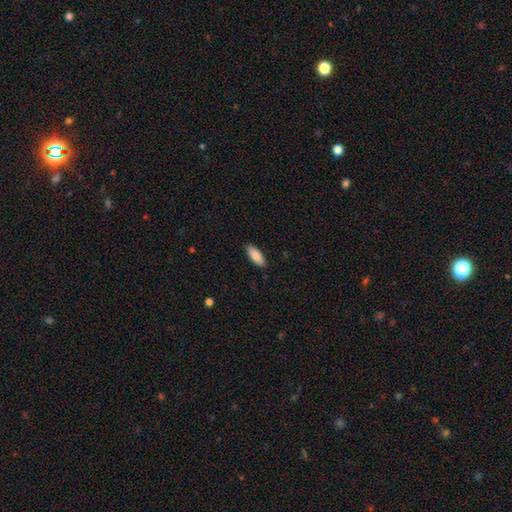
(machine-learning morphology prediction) Q: Smooth or featured?
A: smooth (89%); runner-up: star or artifact (6%)
Q: How rounded?
A: in between (81%); runner-up: cigar-shaped (18%)
Q: Merging?
A: none (89%); runner-up: minor disturbance (8%)